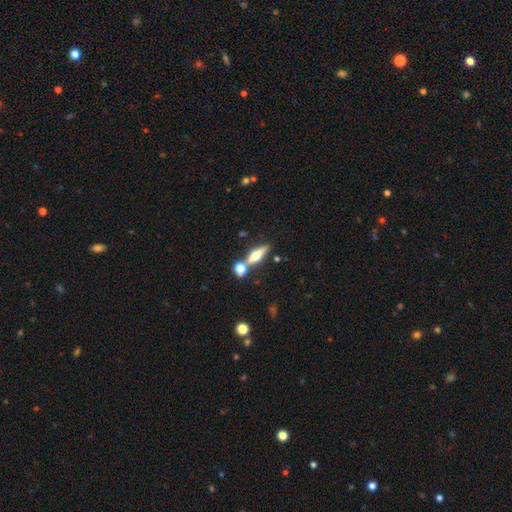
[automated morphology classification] smooth_or_featured: smooth (p=0.46) [tied with: featured or disk p=0.46]
merging: none (p=0.62) [alt: merger p=0.24]